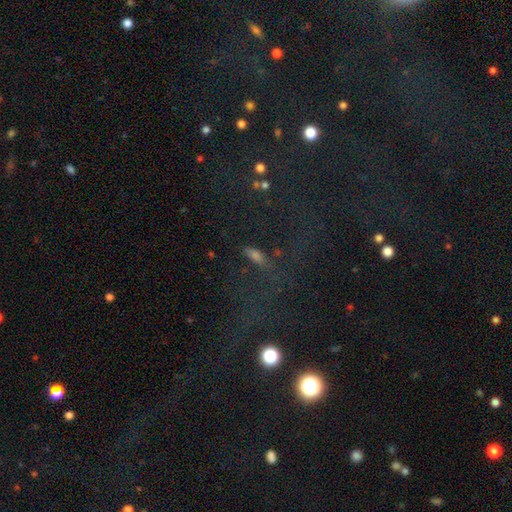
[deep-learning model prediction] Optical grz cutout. It shows a smooth galaxy with no disk features (53%) that is in between round and cigar-shaped (54%). Merging: none (55%).